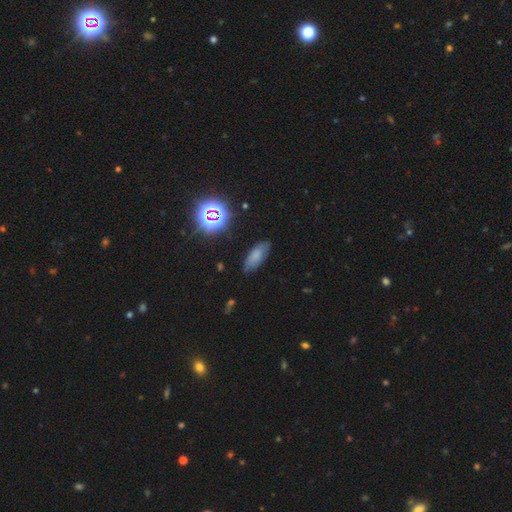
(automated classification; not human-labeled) This appears to be a smooth galaxy with no disk features (71%) that is in between round and cigar-shaped (80%). Merging: none (80%).